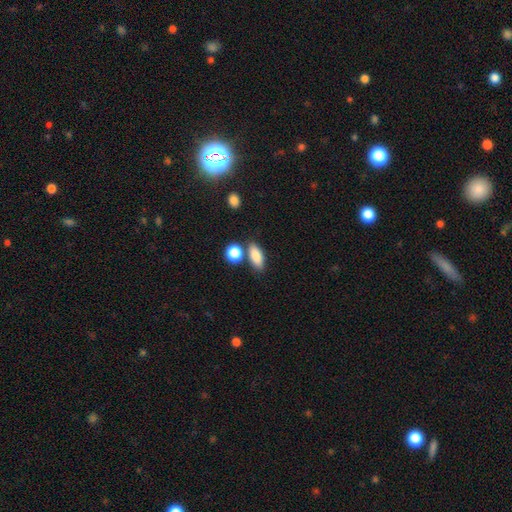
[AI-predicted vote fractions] Morphology: type=smooth (85%); roundness=in between (77%); merging=none (70%).